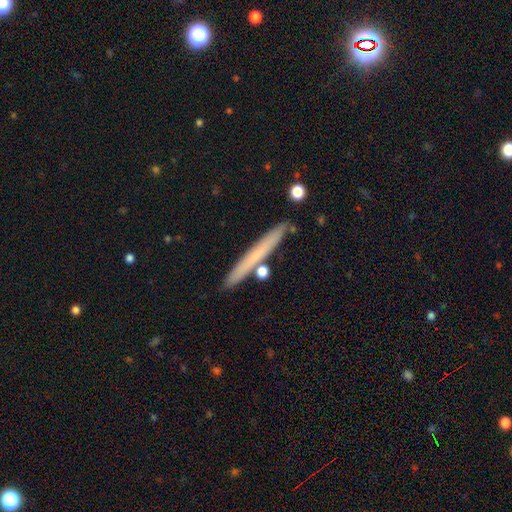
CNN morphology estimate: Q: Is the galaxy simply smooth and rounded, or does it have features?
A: smooth — 59%.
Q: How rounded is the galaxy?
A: cigar-shaped — 96%.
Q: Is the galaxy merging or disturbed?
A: none — 85%.